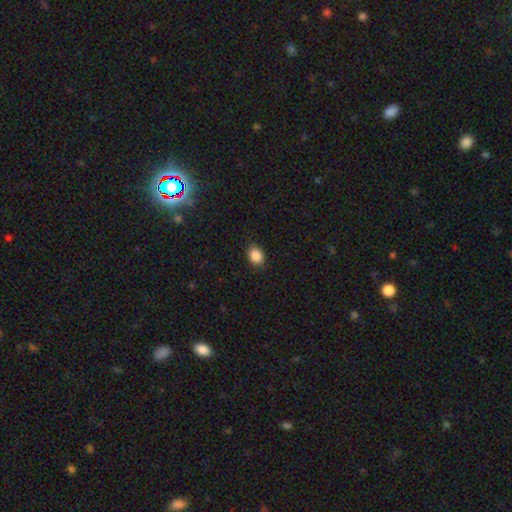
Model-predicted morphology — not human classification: smooth-or-featured: smooth: 88% | star or artifact: 9% | featured or disk: 3%
  how-rounded: in between: 67% | round: 32% | cigar-shaped: 1%
  merging: none: 87% | minor disturbance: 10% | major disturbance: 2% | merger: 1%